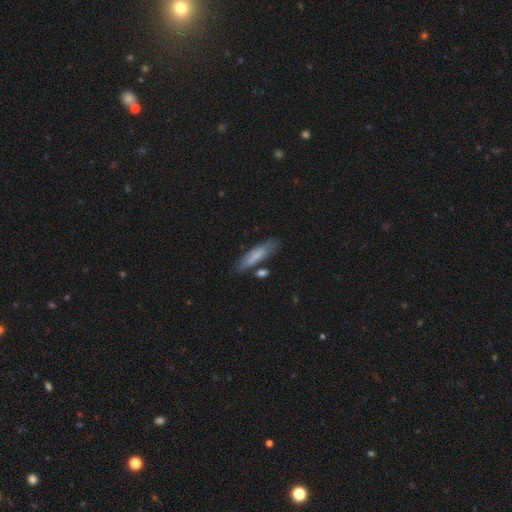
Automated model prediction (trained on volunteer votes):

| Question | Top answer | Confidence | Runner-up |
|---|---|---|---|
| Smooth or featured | smooth | 73% | featured or disk (21%) |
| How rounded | cigar-shaped | 71% | in between (27%) |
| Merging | none | 73% | minor disturbance (16%) |